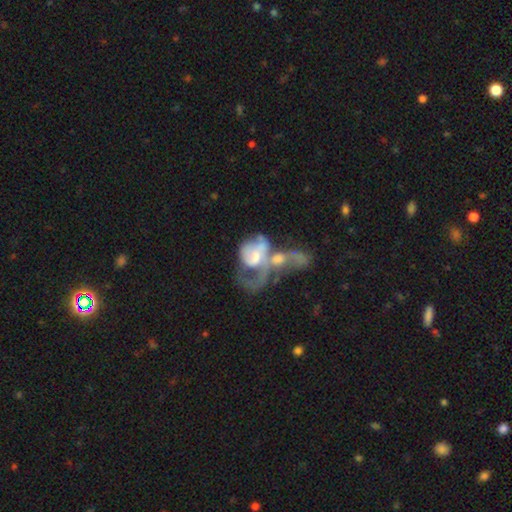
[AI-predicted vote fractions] Q: Smooth or featured?
A: featured or disk (66%); runner-up: smooth (26%)
Q: Edge-on disk?
A: no (97%); runner-up: yes (3%)
Q: Bar?
A: no (62%); runner-up: weak (31%)
Q: Spiral arms?
A: yes (65%); runner-up: no (35%)
Q: Bulge size?
A: moderate (50%); runner-up: small (26%)
Q: Merging?
A: merger (64%); runner-up: major disturbance (23%)